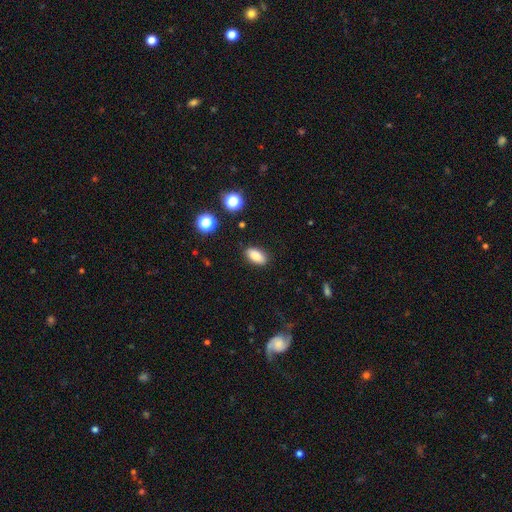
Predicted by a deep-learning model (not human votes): The model was most divided on "smooth or featured": smooth: 87%, star or artifact: 9%, featured or disk: 5%. More confident: how rounded — in between (90%); merging — none (88%).